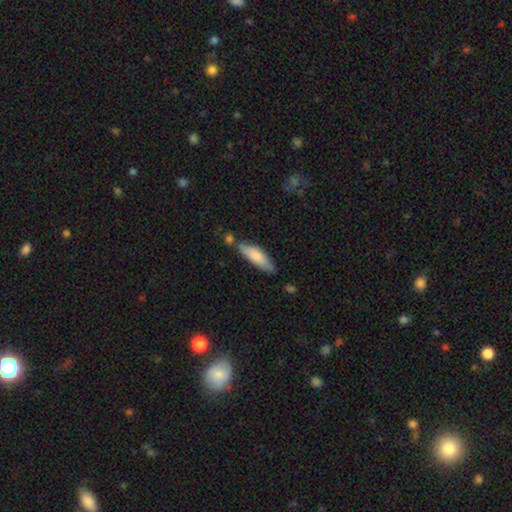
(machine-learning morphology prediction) Smooth or featured? smooth (77%)
How rounded? cigar-shaped (57%)
Merging? none (64%)